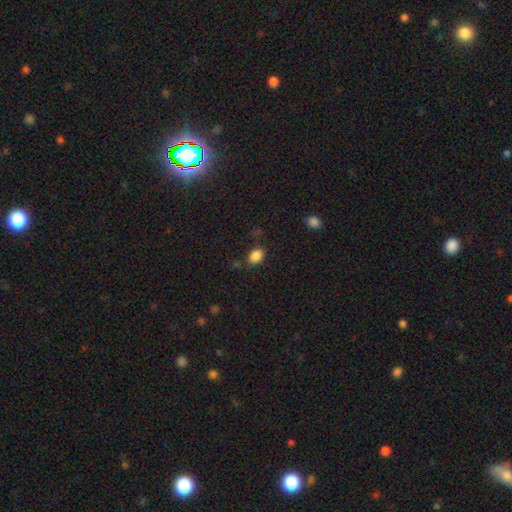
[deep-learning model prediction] Smooth or featured? Predicted: smooth (p=0.86). How rounded? Predicted: in between (p=0.78). Merging? Predicted: none (p=0.74).